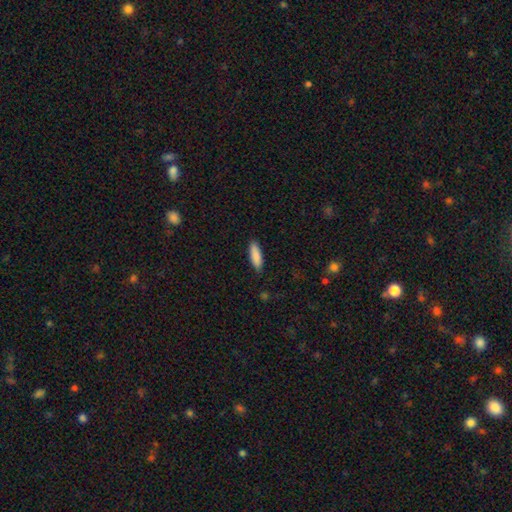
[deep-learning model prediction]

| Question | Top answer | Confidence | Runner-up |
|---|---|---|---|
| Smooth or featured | smooth | 88% | star or artifact (6%) |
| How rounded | cigar-shaped | 53% | in between (46%) |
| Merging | none | 87% | minor disturbance (10%) |